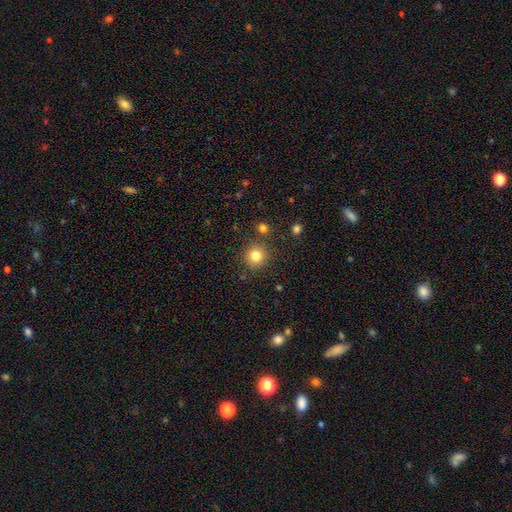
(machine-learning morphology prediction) Overall: smooth (81%). How rounded: round (93%). Merging: none (86%).